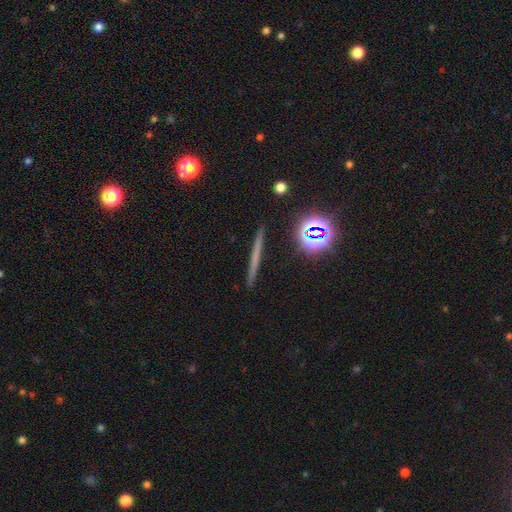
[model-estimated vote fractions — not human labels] The model was most divided on "smooth or featured": smooth: 45%, featured or disk: 38%, star or artifact: 18%. More confident: merging — none (91%).